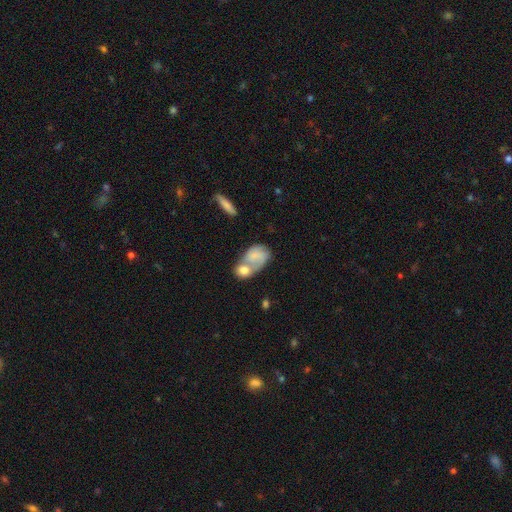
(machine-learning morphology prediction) Smooth or featured? Predicted: smooth (p=0.64). How rounded? Predicted: in between (p=0.80). Merging? Predicted: merger (p=0.62).